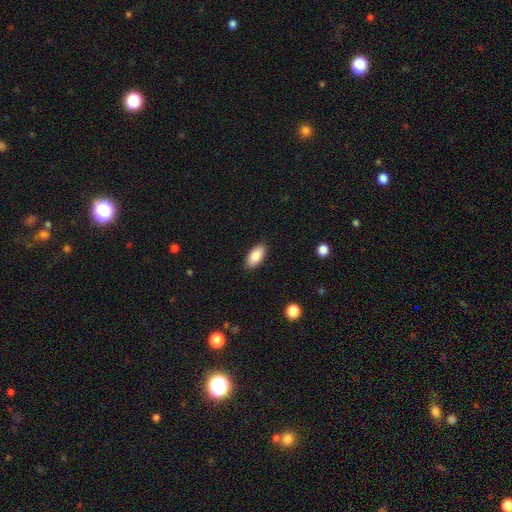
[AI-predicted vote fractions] Q: Smooth or featured?
A: smooth (86%); runner-up: featured or disk (7%)
Q: How rounded?
A: in between (91%); runner-up: cigar-shaped (6%)
Q: Merging?
A: none (89%); runner-up: minor disturbance (8%)